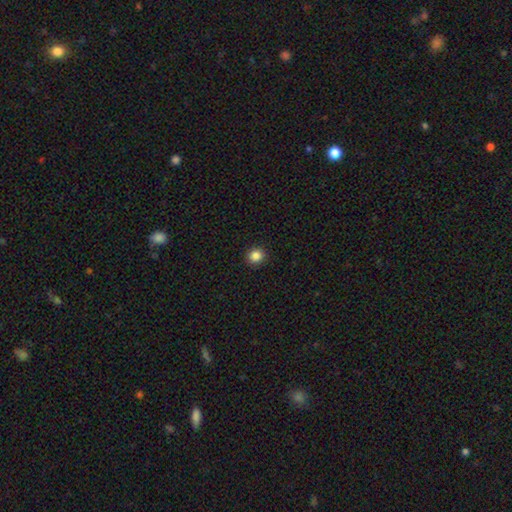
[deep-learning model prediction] Smooth or featured? smooth (86%)
How rounded? round (90%)
Merging? none (92%)